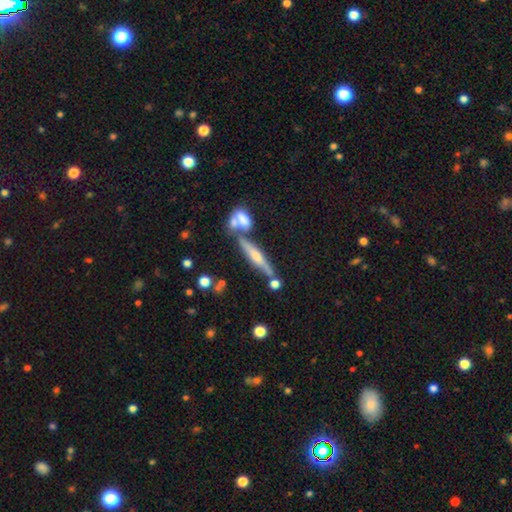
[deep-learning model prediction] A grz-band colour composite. It shows a featured or disk galaxy (61%) viewed edge-on (93%) with a rounded central bulge (80%). Merging: none (65%).